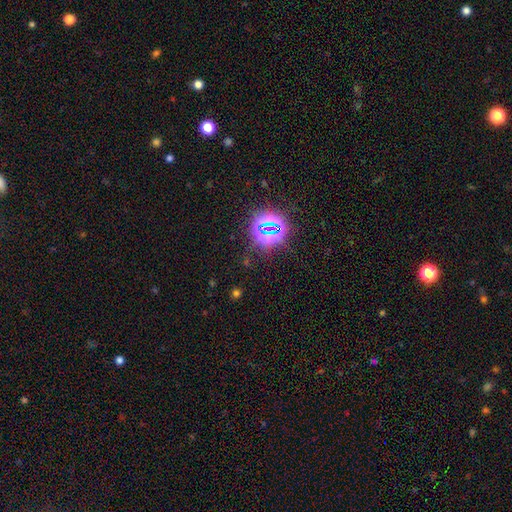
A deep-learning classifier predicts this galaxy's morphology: A star or artifact, not a galaxy (75%).